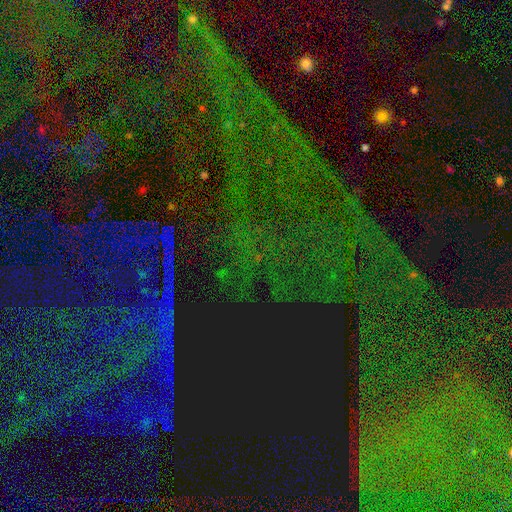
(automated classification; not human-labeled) The model was most divided on "smooth or featured": star or artifact: 81%, featured or disk: 10%, smooth: 9%.